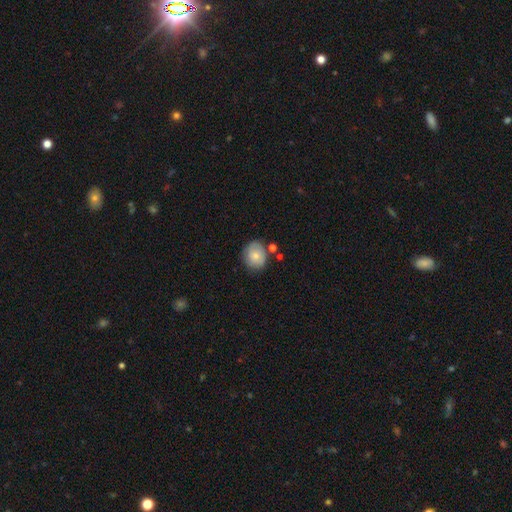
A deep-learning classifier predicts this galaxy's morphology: smooth-or-featured: smooth: 77% | featured or disk: 15% | star or artifact: 8%
  how-rounded: round: 72% | in between: 27% | cigar-shaped: 1%
  merging: none: 72% | minor disturbance: 17% | merger: 7% | major disturbance: 4%